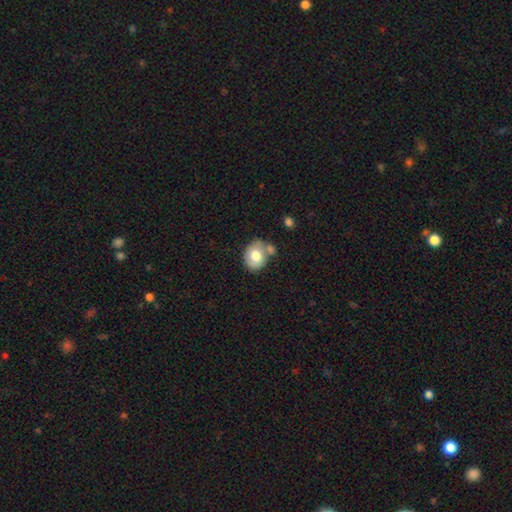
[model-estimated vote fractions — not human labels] A smooth galaxy with no disk features (72%) that is in between round and cigar-shaped (52%).

Vote fractions:
- Smooth or featured? smooth: 72% / featured or disk: 21% / star or artifact: 7%
- How rounded? in between: 52% / round: 47% / cigar-shaped: 1%
- Merging? none: 50% / merger: 25% / minor disturbance: 19% / major disturbance: 6%